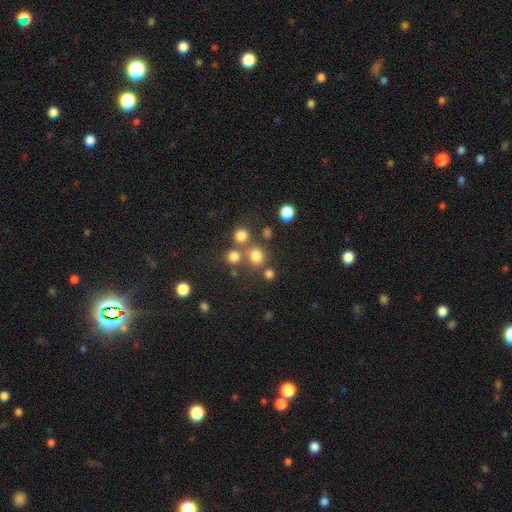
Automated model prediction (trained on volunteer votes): Morphology: type=smooth (75%); roundness=round (79%); merging=none (64%).